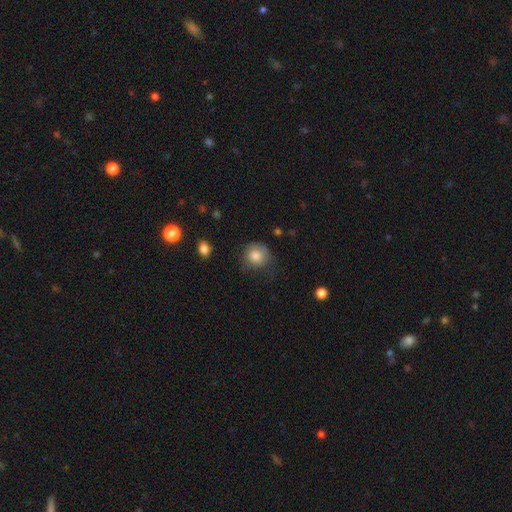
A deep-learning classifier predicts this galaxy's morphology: smooth 83%, star or artifact 9%, featured or disk 8%. Down the decision tree: how rounded — round (83%); merging — none (62%).